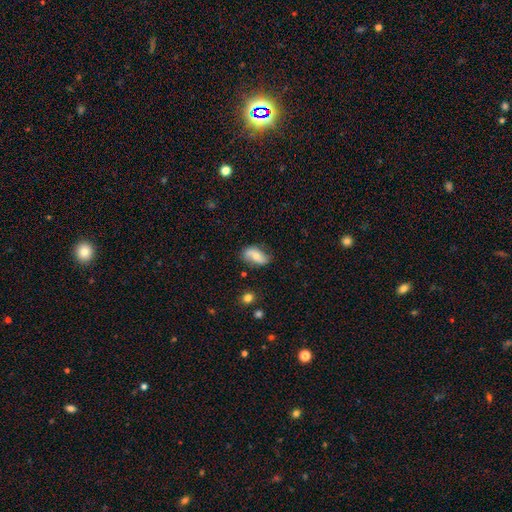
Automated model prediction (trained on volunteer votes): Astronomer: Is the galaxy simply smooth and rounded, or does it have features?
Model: smooth — 50% (runner-up: featured or disk, 42%).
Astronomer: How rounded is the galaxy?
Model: in between — 88%.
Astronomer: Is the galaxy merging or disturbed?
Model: none — 67%.